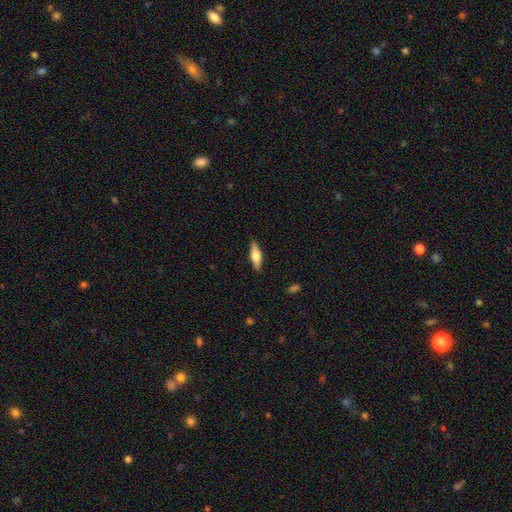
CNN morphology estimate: smooth-or-featured: smooth: 57% | featured or disk: 37% | star or artifact: 6%
  how-rounded: cigar-shaped: 50% | in between: 47% | round: 2%
  merging: none: 88% | minor disturbance: 9% | major disturbance: 2% | merger: 1%